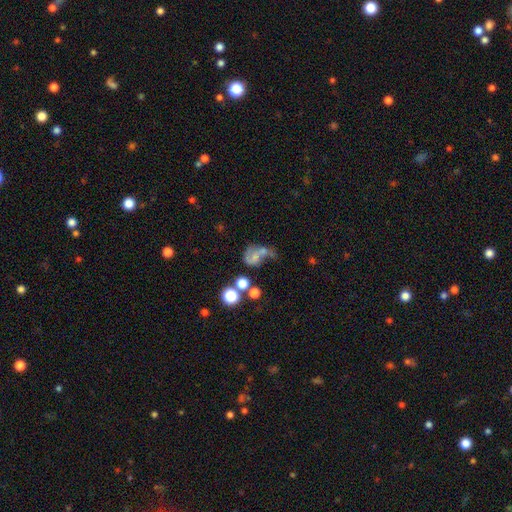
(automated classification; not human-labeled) smooth_or_featured: featured or disk (p=0.45) [alt: smooth p=0.38]
merging: merger (p=0.32) [alt: major disturbance p=0.27]